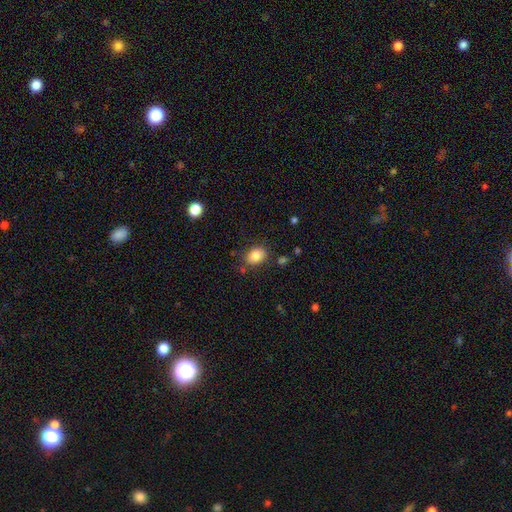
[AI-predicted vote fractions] smooth 84%, star or artifact 9%, featured or disk 7%. Down the decision tree: how rounded — in between (66%); merging — none (79%).